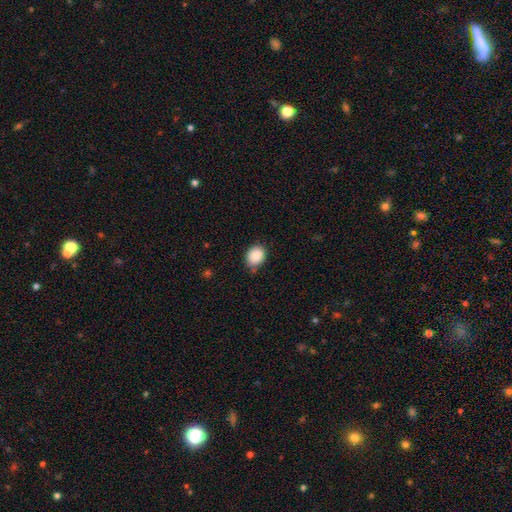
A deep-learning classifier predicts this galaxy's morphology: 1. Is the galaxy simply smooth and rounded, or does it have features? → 89% smooth, 8% star or artifact, 4% featured or disk.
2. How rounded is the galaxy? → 51% round, 48% in between, 1% cigar-shaped.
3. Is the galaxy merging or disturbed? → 75% none, 20% minor disturbance, 3% major disturbance, 2% merger.